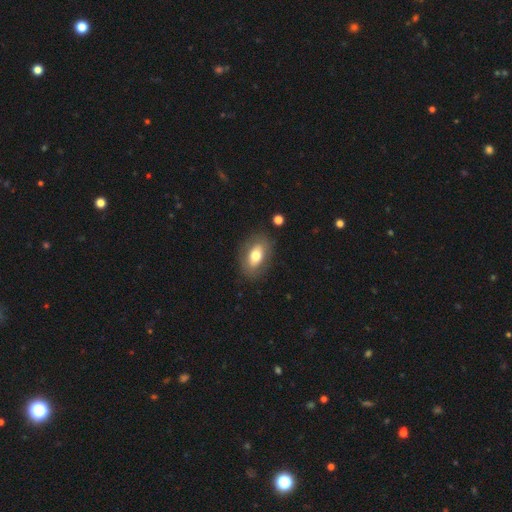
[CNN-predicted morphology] smooth 67%, featured or disk 26%, star or artifact 7%. Down the decision tree: how rounded — in between (88%); merging — none (82%).